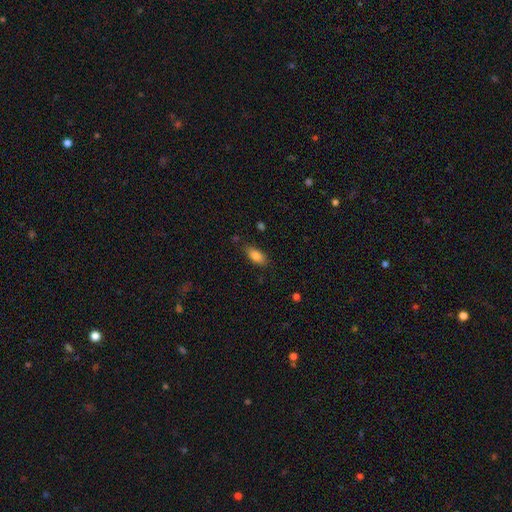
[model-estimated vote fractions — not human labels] A smooth galaxy with no disk features (85%) that is in between round and cigar-shaped (85%).

Vote fractions:
- Smooth or featured? smooth: 85% / star or artifact: 8% / featured or disk: 7%
- How rounded? in between: 85% / cigar-shaped: 12% / round: 3%
- Merging? none: 80% / minor disturbance: 15% / major disturbance: 3% / merger: 2%